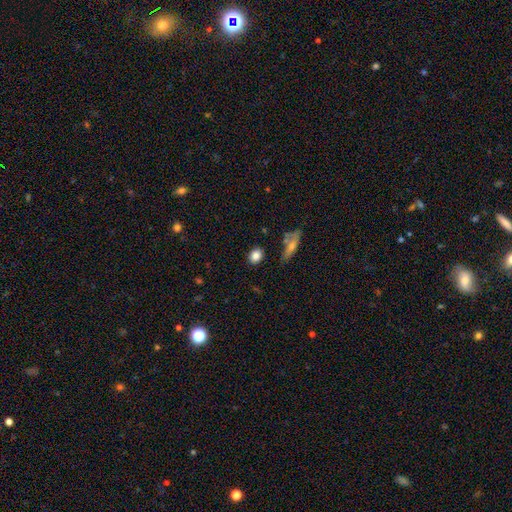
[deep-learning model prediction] smooth-or-featured: smooth: 84% | star or artifact: 8% | featured or disk: 7%
  how-rounded: in between: 54% | round: 43% | cigar-shaped: 3%
  merging: none: 83% | minor disturbance: 11% | merger: 3% | major disturbance: 3%